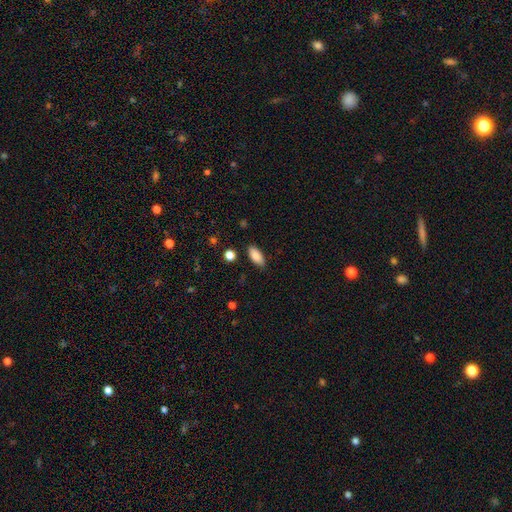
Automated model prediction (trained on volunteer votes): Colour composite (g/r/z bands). It shows a smooth galaxy with no disk features (87%) that is in between round and cigar-shaped (87%). Merging: none (85%).